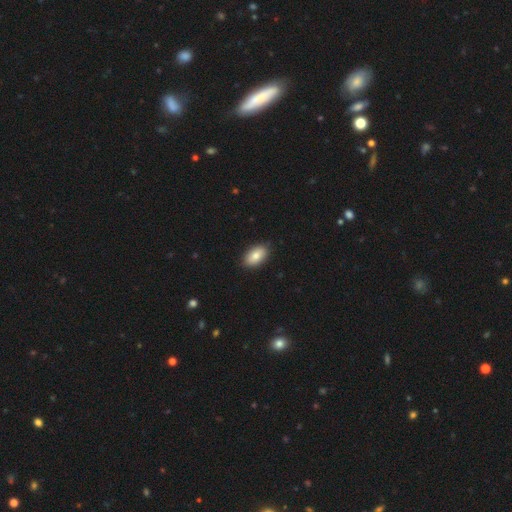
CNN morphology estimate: A smooth galaxy with no disk features (82%) that is in between round and cigar-shaped (93%). Merging: none (88%).